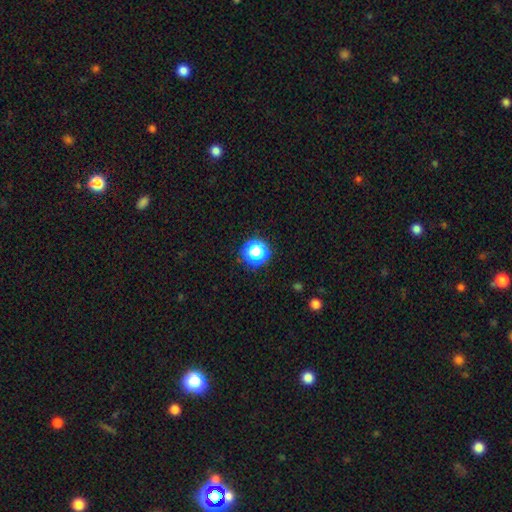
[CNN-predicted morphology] The model was most divided on "smooth or featured": smooth: 53%, star or artifact: 38%, featured or disk: 9%. More confident: how rounded — round (87%); merging — none (78%).